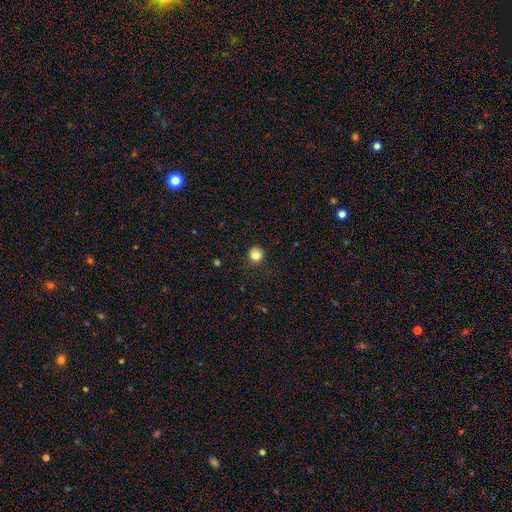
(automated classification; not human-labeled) Smooth or featured: smooth — 80% (star or artifact — 12%)
How rounded: round — 92% (in between — 7%)
Merging: none — 86% (minor disturbance — 11%)